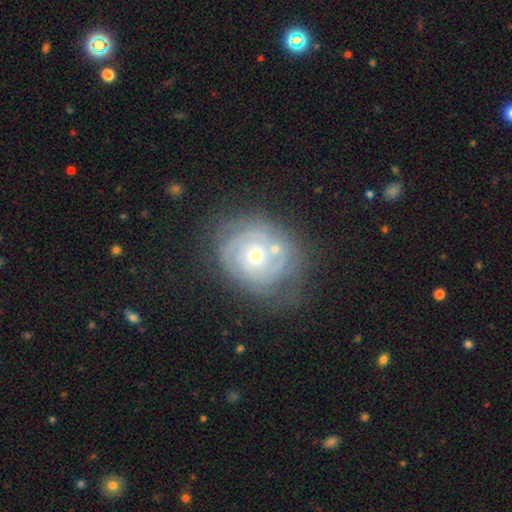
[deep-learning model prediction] This is clearly a featured or disk galaxy (80%). It is clearly not viewed edge-on (97%). Bar: likely no (80%). Spiral arm pattern: clearly yes (90%). Spiral arm count: marginally can't tell (35%). Spiral winding: likely tight (77%). Central bulge: possibly small (59%). Merging: likely none (62%).